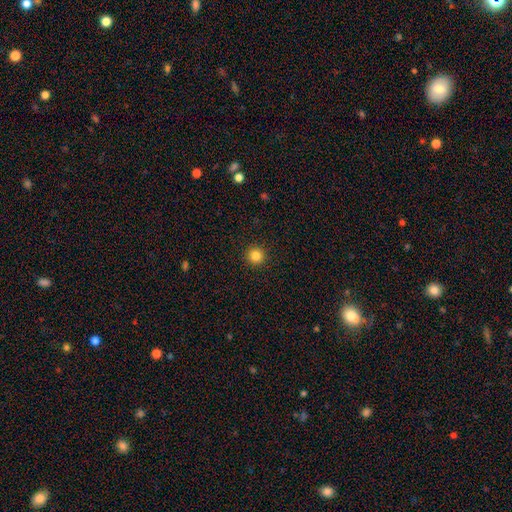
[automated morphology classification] Smooth or featured?
  - smooth: 84% *
  - star or artifact: 12%
  - featured or disk: 4%
How rounded?
  - round: 96% *
  - in between: 3%
  - cigar-shaped: 1%
Merging?
  - none: 93% *
  - minor disturbance: 4%
  - major disturbance: 2%
  - merger: 1%